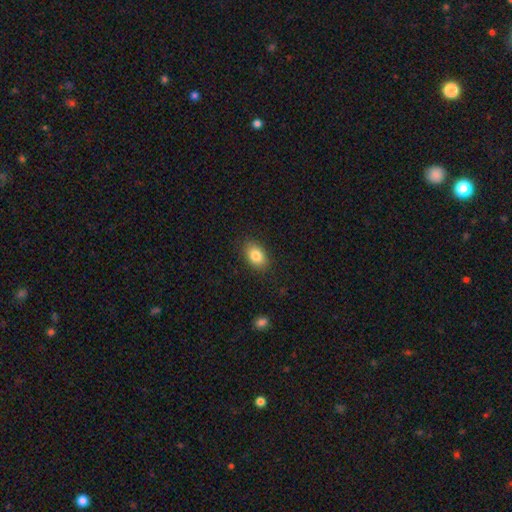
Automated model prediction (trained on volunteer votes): A smooth galaxy with no disk features (83%) that is in between round and cigar-shaped (87%). Merging: none (88%).